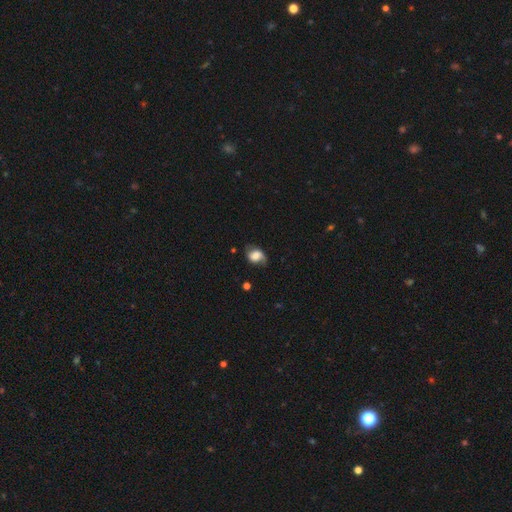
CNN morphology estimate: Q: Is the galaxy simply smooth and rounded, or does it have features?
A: smooth — 51%.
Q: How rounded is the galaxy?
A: in between — 62%.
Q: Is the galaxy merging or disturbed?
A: none — 53%.